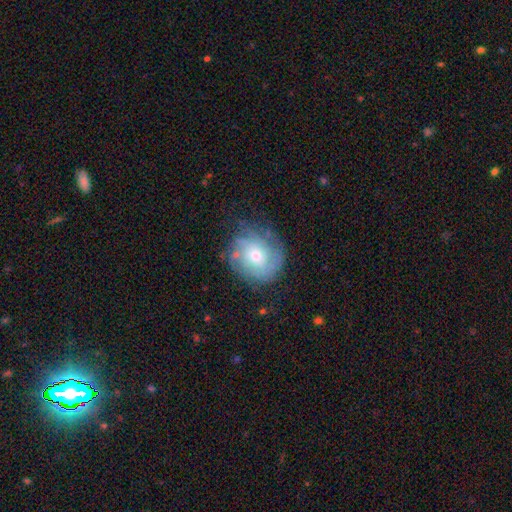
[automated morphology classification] Q: Smooth or featured?
A: featured or disk (71%); runner-up: smooth (21%)
Q: Edge-on disk?
A: no (97%); runner-up: yes (3%)
Q: Bar?
A: no (78%); runner-up: weak (19%)
Q: Spiral arms?
A: yes (89%); runner-up: no (11%)
Q: Spiral winding?
A: tight (65%); runner-up: medium (26%)
Q: Spiral arm count?
A: can't tell (46%); runner-up: 3 (16%)
Q: Bulge size?
A: moderate (59%); runner-up: small (34%)
Q: Merging?
A: none (73%); runner-up: minor disturbance (18%)